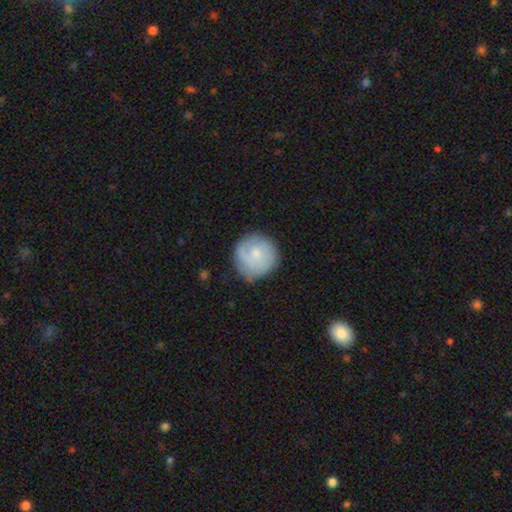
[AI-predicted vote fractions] smooth-or-featured: smooth: 51% | featured or disk: 43% | star or artifact: 6%
  how-rounded: round: 92% | in between: 7% | cigar-shaped: 1%
  merging: none: 73% | minor disturbance: 19% | major disturbance: 6% | merger: 2%